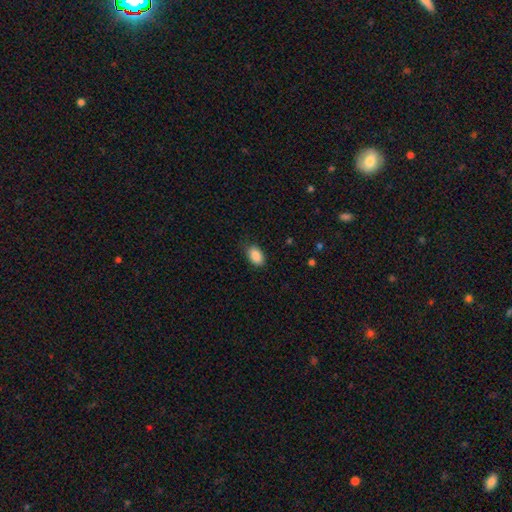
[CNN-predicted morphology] The model was most divided on "merging": none: 81%, minor disturbance: 15%, major disturbance: 3%, merger: 1%. More confident: how rounded — in between (91%); smooth or featured — smooth (89%).